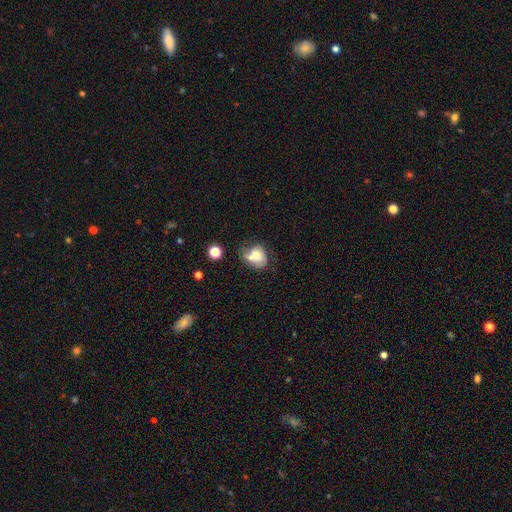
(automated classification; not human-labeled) This is likely a smooth galaxy (64%). How rounded: possibly in between (51%). Merging: marginally none (32%).